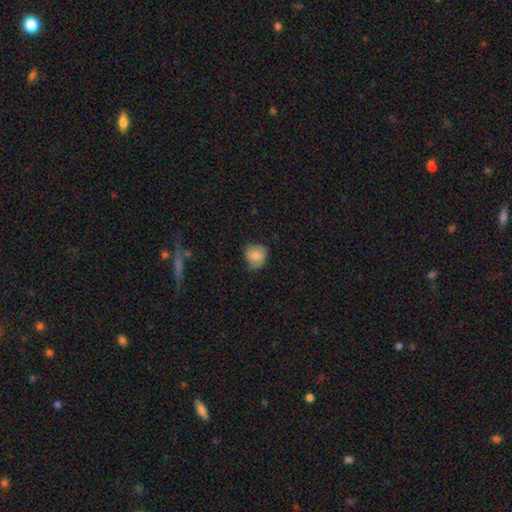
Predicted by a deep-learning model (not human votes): Smooth or featured? Predicted: smooth (p=0.78). How rounded? Predicted: round (p=0.78). Merging? Predicted: none (p=0.66).